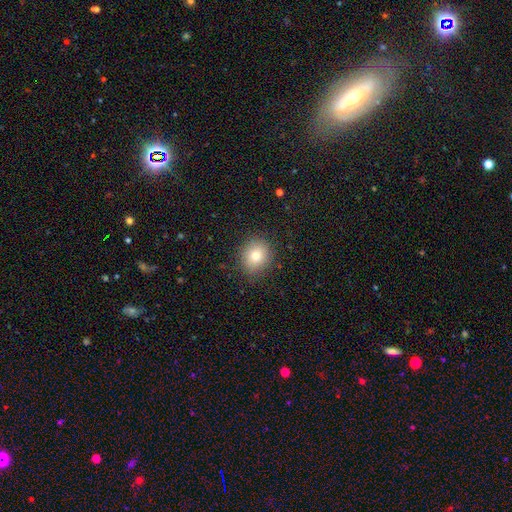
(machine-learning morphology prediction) The model was most divided on "how rounded": round: 74%, in between: 25%, cigar-shaped: 1%. More confident: merging — none (86%); smooth or featured — smooth (79%).